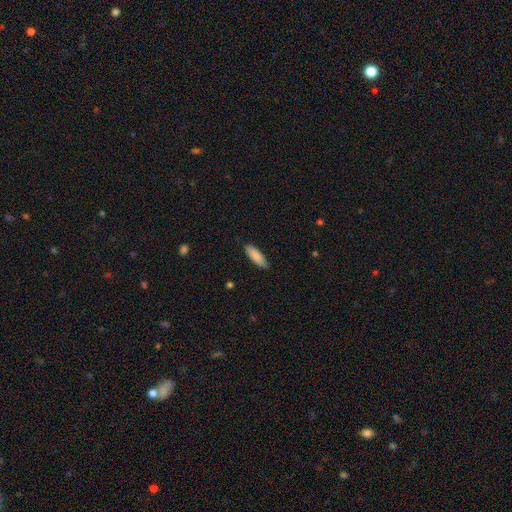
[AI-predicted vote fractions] smooth_or_featured: smooth (p=0.88) [alt: featured or disk p=0.06]
how_rounded: in between (p=0.51) [alt: cigar-shaped p=0.48]
merging: none (p=0.83) [alt: minor disturbance p=0.14]